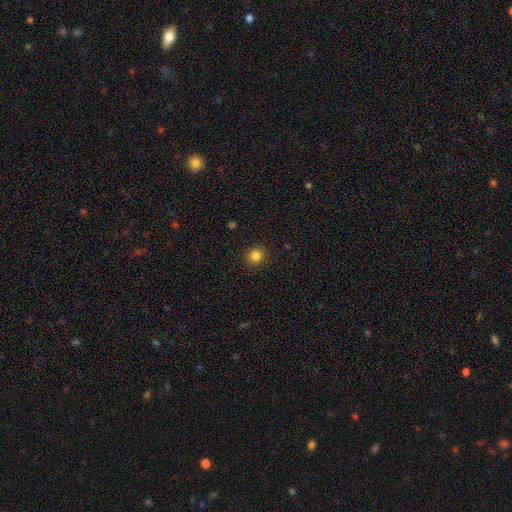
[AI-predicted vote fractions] A smooth galaxy with no disk features (84%) that is round (88%). Merging: none (91%).